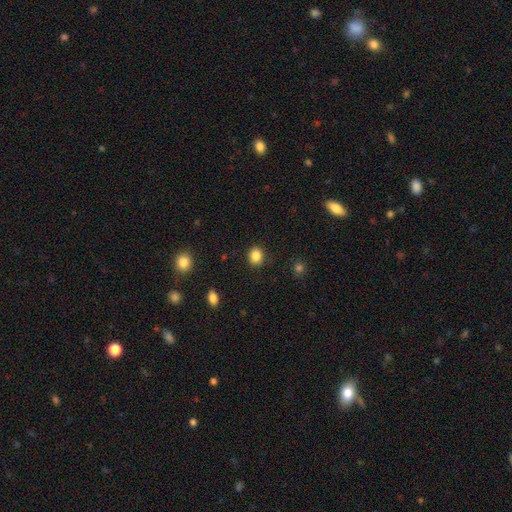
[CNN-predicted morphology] A smooth galaxy with no disk features (86%) that is round (75%). Merging: none (88%).